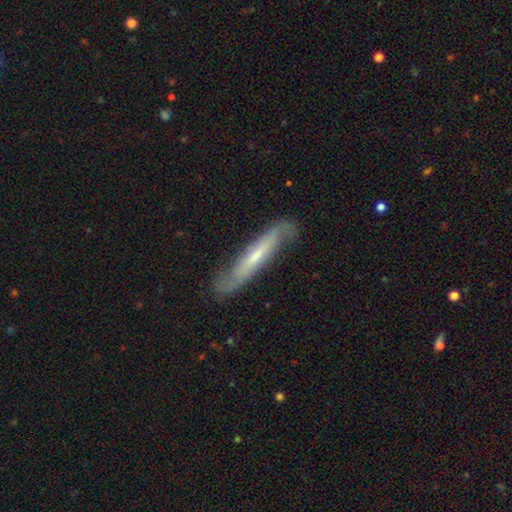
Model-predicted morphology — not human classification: featured or disk 68%, smooth 26%, star or artifact 6%. Down the decision tree: edge-on disk — yes (53%); merging — none (75%).